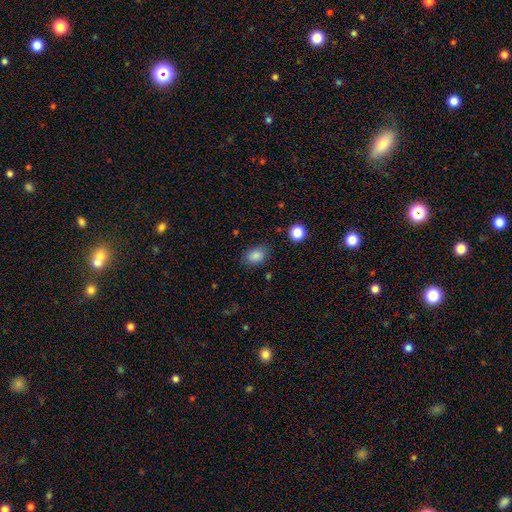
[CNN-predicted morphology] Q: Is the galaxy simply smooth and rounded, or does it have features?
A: smooth — 85%.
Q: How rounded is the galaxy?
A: in between — 73%.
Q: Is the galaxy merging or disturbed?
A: none — 79%.